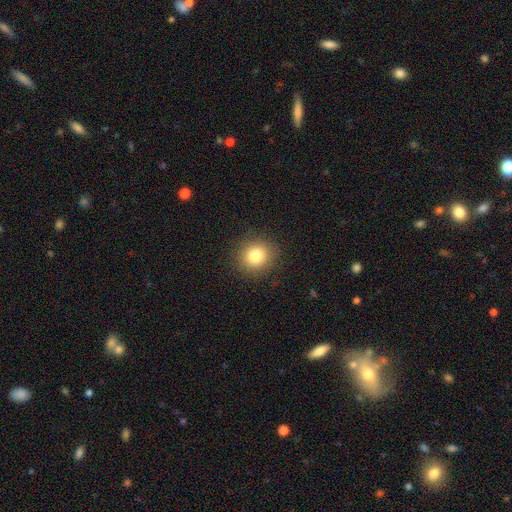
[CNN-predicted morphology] Smooth or featured: smooth — 81% (star or artifact — 11%)
How rounded: round — 85% (in between — 14%)
Merging: none — 90% (minor disturbance — 6%)